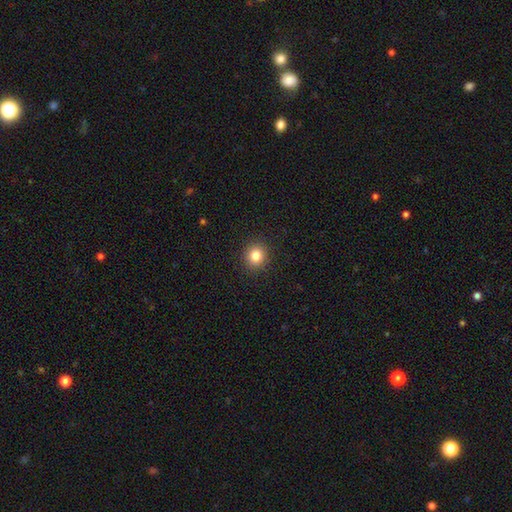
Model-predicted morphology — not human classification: This is clearly a smooth galaxy (83%). How rounded: clearly round (88%). Merging: clearly none (92%).